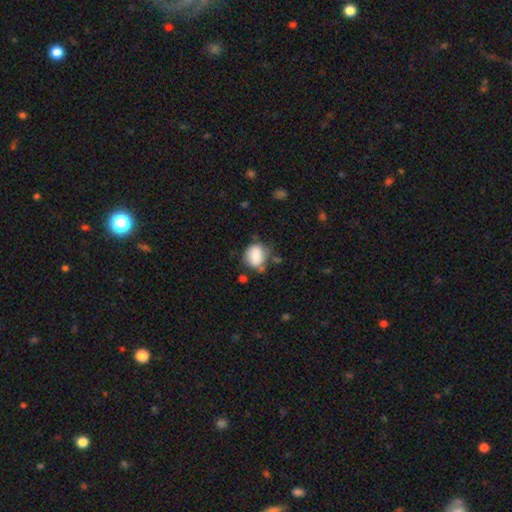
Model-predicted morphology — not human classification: This appears to be a smooth galaxy with no disk features (78%) that is round (54%). Merging: none (51%).